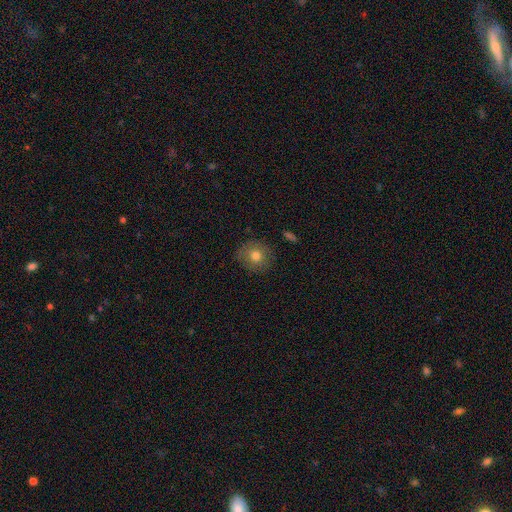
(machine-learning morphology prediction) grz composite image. It shows a smooth galaxy with no disk features (75%) that is round (88%). Merging: none (85%).